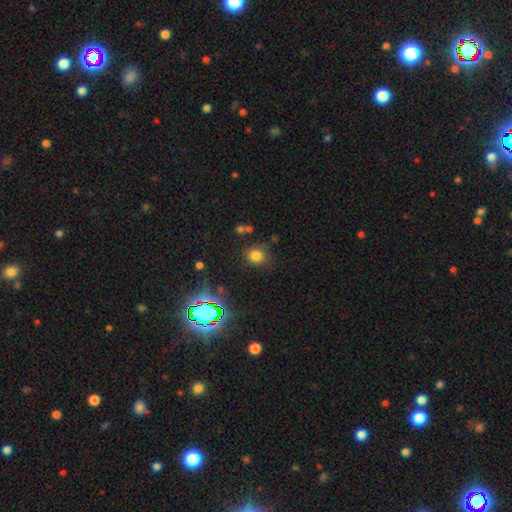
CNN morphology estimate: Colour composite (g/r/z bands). It shows a smooth galaxy with no disk features (74%) that is round (82%). Merging: none (78%).